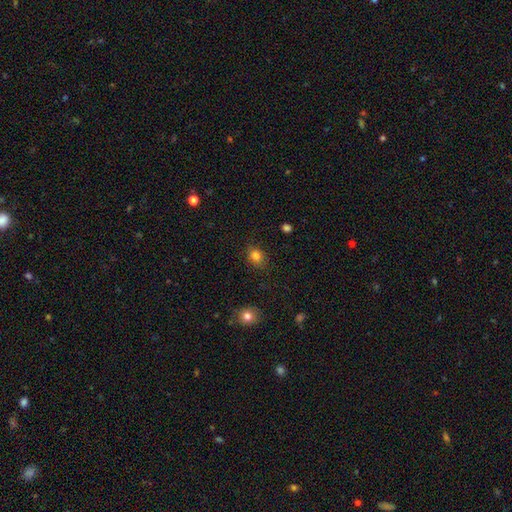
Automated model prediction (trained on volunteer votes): Morphology: type=smooth (83%); roundness=round (52%); merging=none (80%).